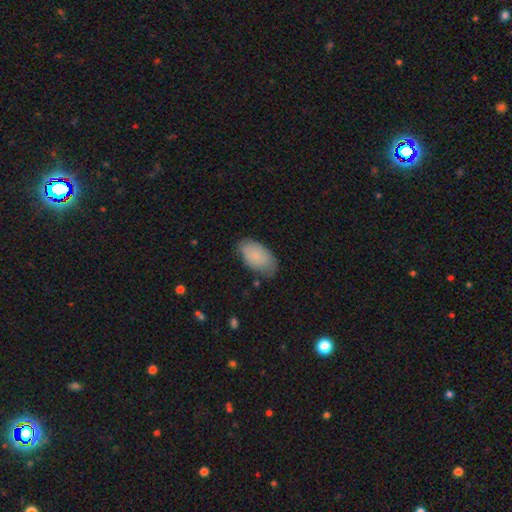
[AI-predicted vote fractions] Smooth or featured? Predicted: smooth (p=0.81). How rounded? Predicted: in between (p=0.94). Merging? Predicted: none (p=0.69).